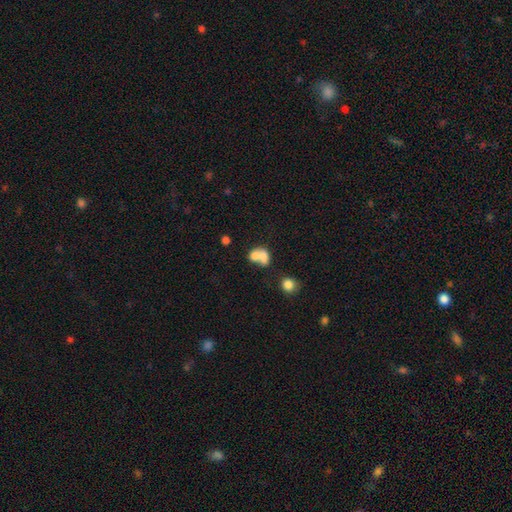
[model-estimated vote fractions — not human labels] This appears to be a smooth galaxy with no disk features (70%) that is in between round and cigar-shaped (61%). Merging: merger (66%).